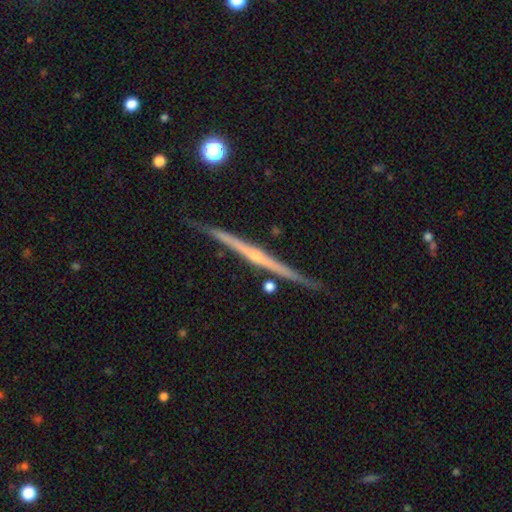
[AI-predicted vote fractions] Overall: featured or disk (83%). Edge-on disk: yes (98%). Edge-on bulge: rounded (61%; none 33%). Merging: none (87%).